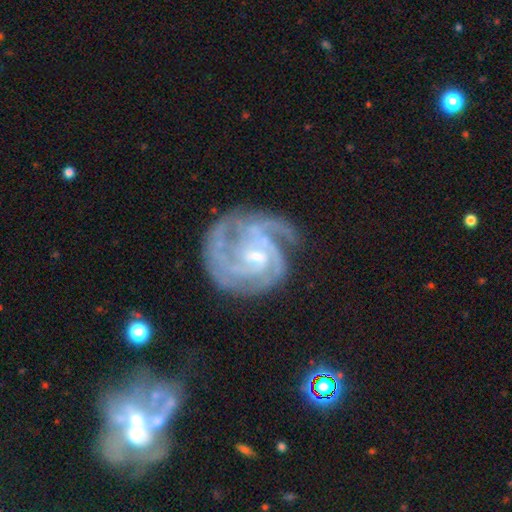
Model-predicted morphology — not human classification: Smooth or featured? Predicted: featured or disk (p=0.89). Edge-on disk? Predicted: no (p=0.98). Bar? Predicted: weak (p=0.48). Spiral arms? Predicted: yes (p=0.97). Spiral winding? Predicted: tight (p=0.58). Spiral arm count? Predicted: 3 (p=0.36). Bulge size? Predicted: small (p=0.69). Merging? Predicted: none (p=0.63).